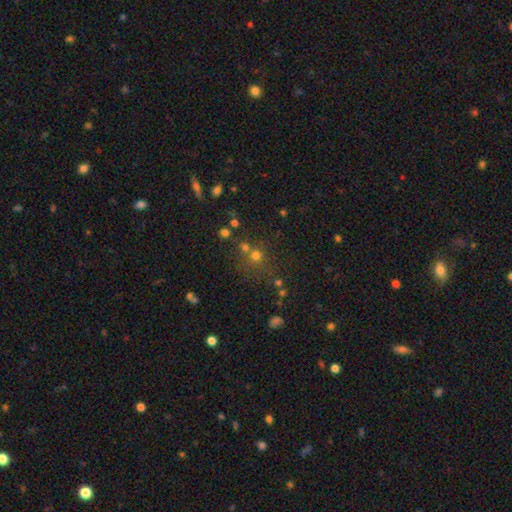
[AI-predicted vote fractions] The model was most divided on "smooth or featured": smooth: 63%, star or artifact: 27%, featured or disk: 10%. More confident: how rounded — round (89%); merging — none (63%).